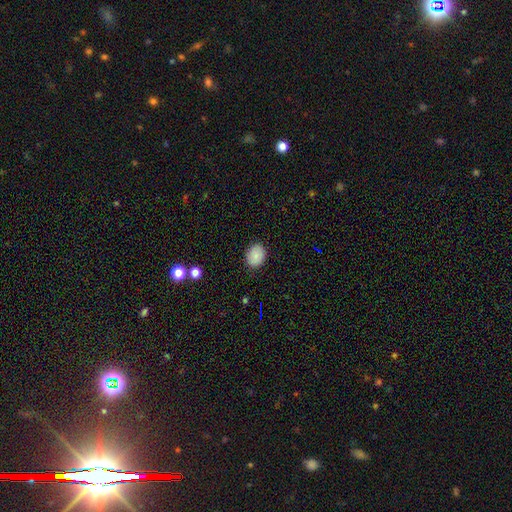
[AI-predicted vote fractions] This is clearly a smooth galaxy (85%). How rounded: likely in between (62%). Merging: clearly none (87%).